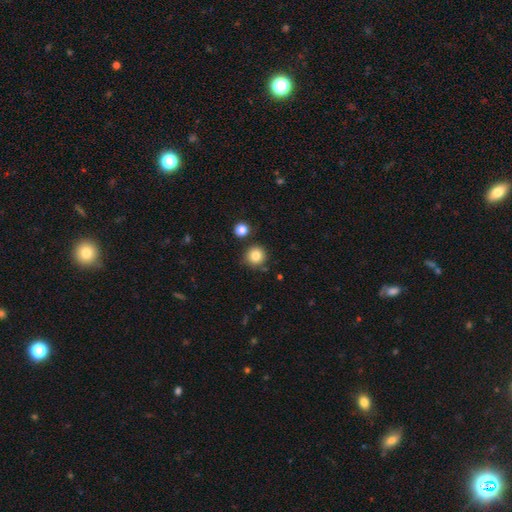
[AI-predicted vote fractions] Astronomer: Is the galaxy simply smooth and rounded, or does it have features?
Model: smooth — 83%.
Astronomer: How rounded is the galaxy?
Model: round — 94%.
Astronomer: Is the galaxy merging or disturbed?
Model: none — 85%.